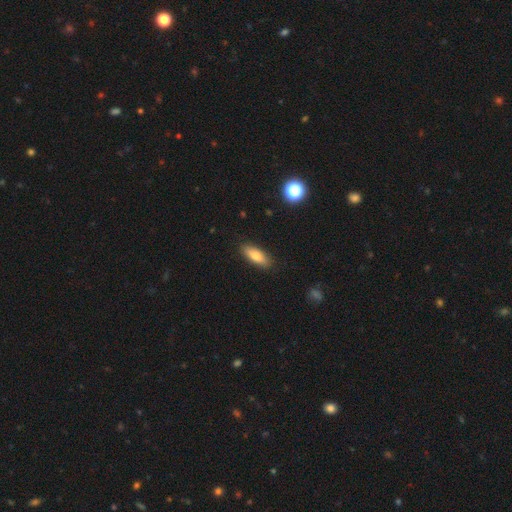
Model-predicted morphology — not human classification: smooth-or-featured: smooth: 79% | featured or disk: 14% | star or artifact: 7%
  how-rounded: in between: 69% | cigar-shaped: 29% | round: 2%
  merging: none: 87% | minor disturbance: 9% | major disturbance: 2% | merger: 1%